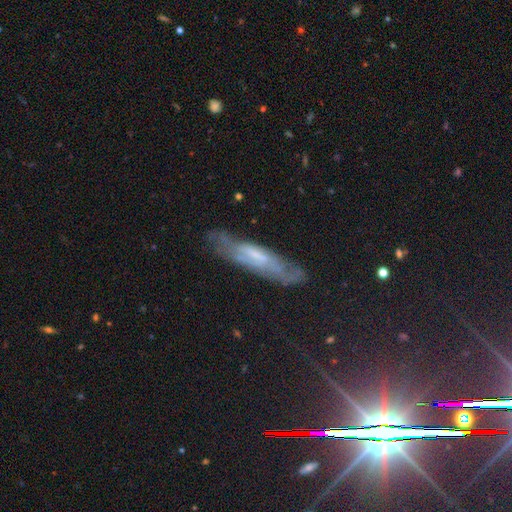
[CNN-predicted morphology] The model was most divided on "edge-on disk" (2-way tie): yes: 50%, no: 50%. More confident: merging — none (71%); smooth or featured — featured or disk (60%).